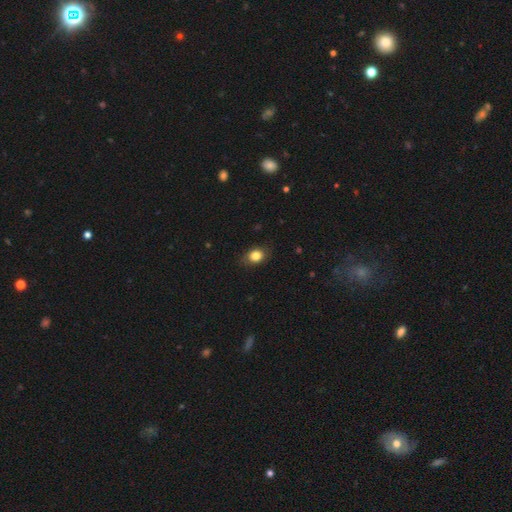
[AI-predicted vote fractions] This appears to be a smooth galaxy with no disk features (83%) that is in between round and cigar-shaped (50%). Merging: none (79%).